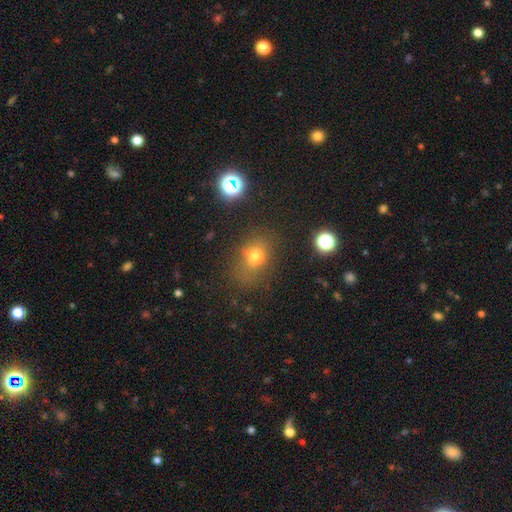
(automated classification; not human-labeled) Q: Smooth or featured?
A: smooth (69%); runner-up: star or artifact (19%)
Q: How rounded?
A: in between (54%); runner-up: round (44%)
Q: Merging?
A: none (65%); runner-up: minor disturbance (20%)